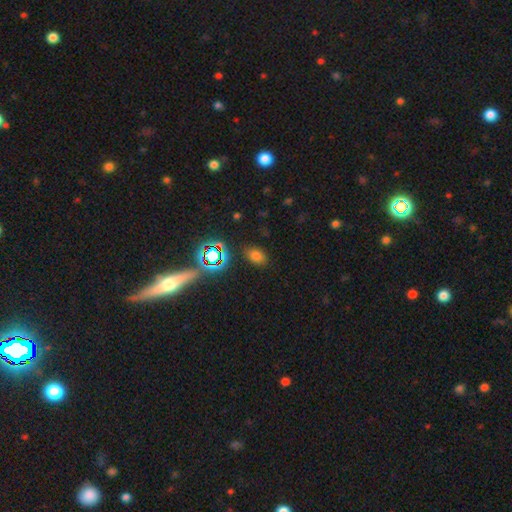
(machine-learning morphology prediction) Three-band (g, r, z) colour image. It shows a smooth galaxy with no disk features (67%) that is in between round and cigar-shaped (81%). Merging: none (83%).